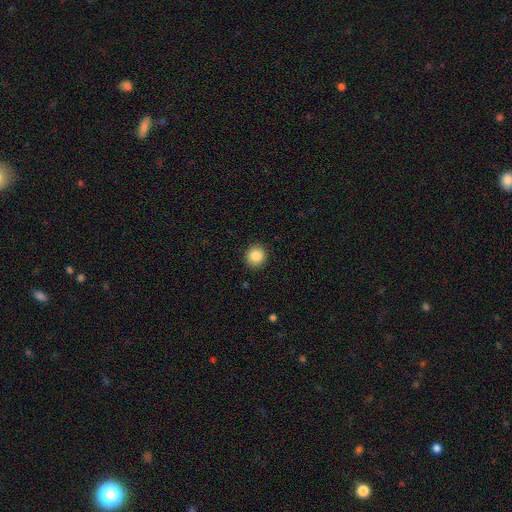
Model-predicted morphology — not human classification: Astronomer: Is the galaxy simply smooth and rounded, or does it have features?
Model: smooth — 86%.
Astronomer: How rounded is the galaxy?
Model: round — 87%.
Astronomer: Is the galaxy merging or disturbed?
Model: none — 91%.